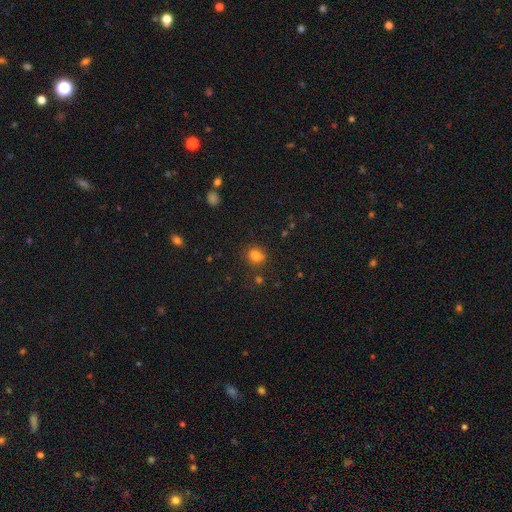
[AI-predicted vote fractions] A smooth galaxy with no disk features (78%) that is round (64%). Merging: none (68%).